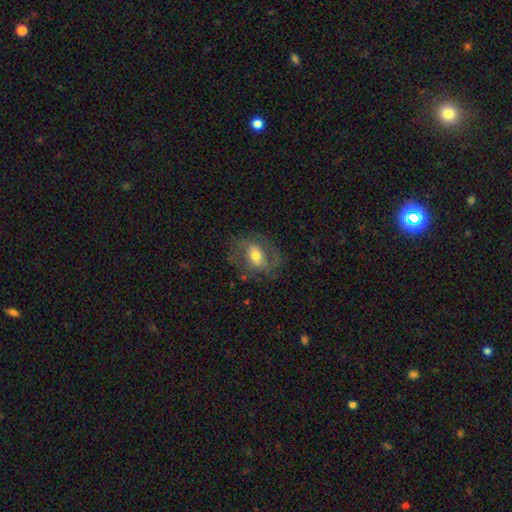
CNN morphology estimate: The model was most divided on "bar": weak: 41%, no: 36%, strong: 23%. More confident: edge-on disk — no (94%); spiral arms — yes (68%); bulge size — moderate (67%); merging — none (65%); smooth or featured — featured or disk (56%).